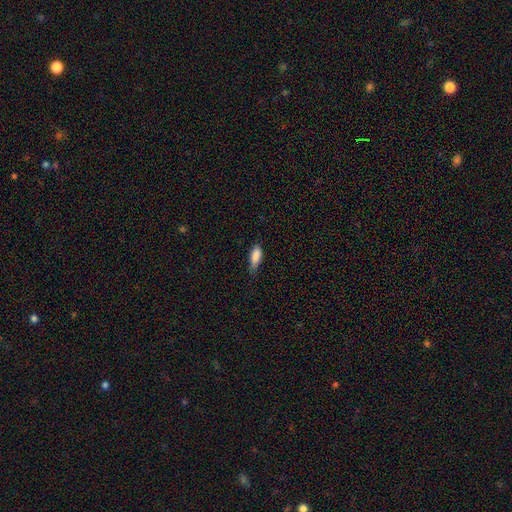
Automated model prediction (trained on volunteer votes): This appears to be a smooth galaxy with no disk features (87%) that is in between round and cigar-shaped (74%). Merging: none (60%).